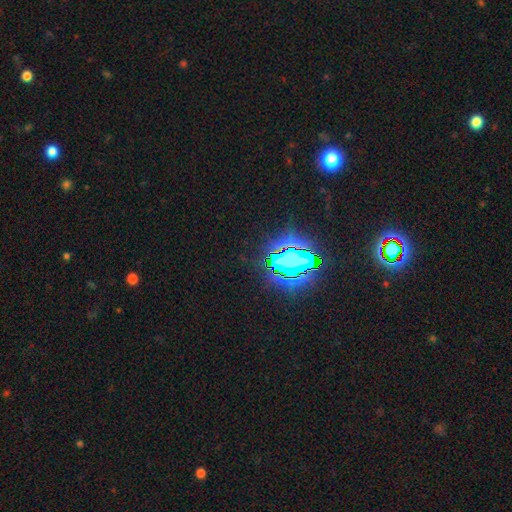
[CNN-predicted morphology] This is clearly a star or artifact rather than a galaxy (84%).